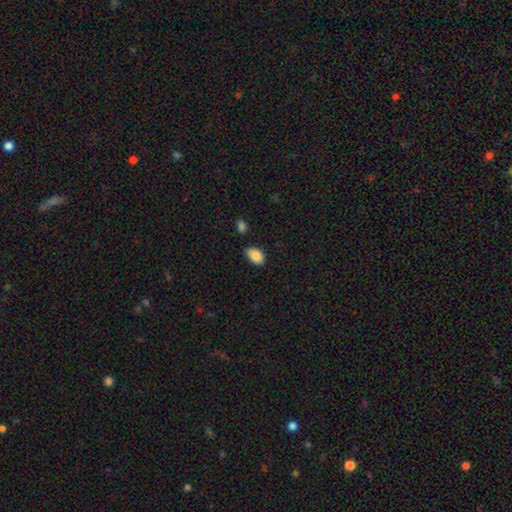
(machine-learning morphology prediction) smooth 86%, star or artifact 8%, featured or disk 6%. Down the decision tree: how rounded — in between (88%); merging — none (67%).